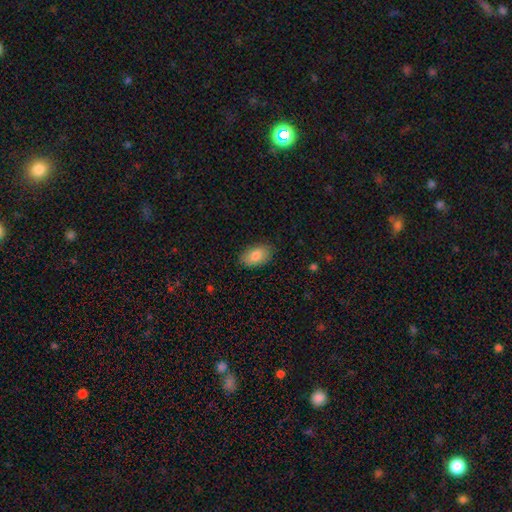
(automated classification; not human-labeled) Q: Smooth or featured?
A: smooth (83%); runner-up: featured or disk (11%)
Q: How rounded?
A: in between (93%); runner-up: round (6%)
Q: Merging?
A: none (86%); runner-up: minor disturbance (11%)